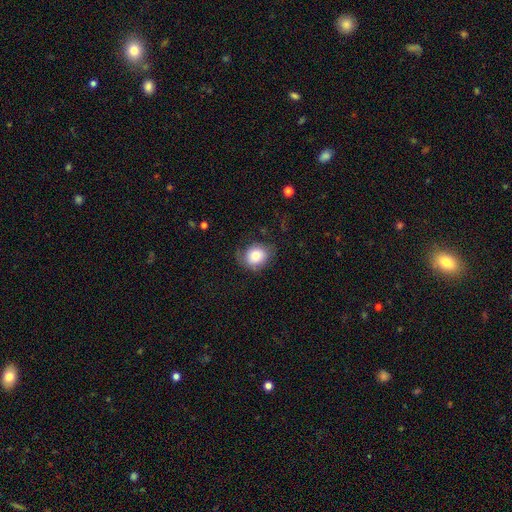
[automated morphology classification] smooth_or_featured: smooth (p=0.76) [alt: featured or disk p=0.14]
how_rounded: round (p=0.70) [alt: in between p=0.29]
merging: none (p=0.69) [alt: minor disturbance p=0.22]